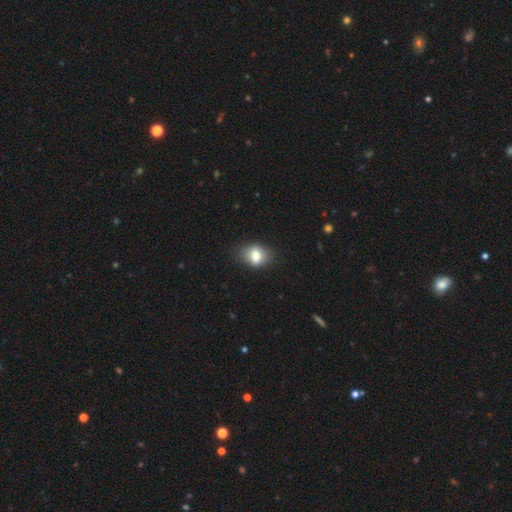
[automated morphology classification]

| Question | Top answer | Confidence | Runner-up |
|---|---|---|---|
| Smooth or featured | smooth | 73% | featured or disk (17%) |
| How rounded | in between | 71% | round (27%) |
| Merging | none | 76% | minor disturbance (17%) |